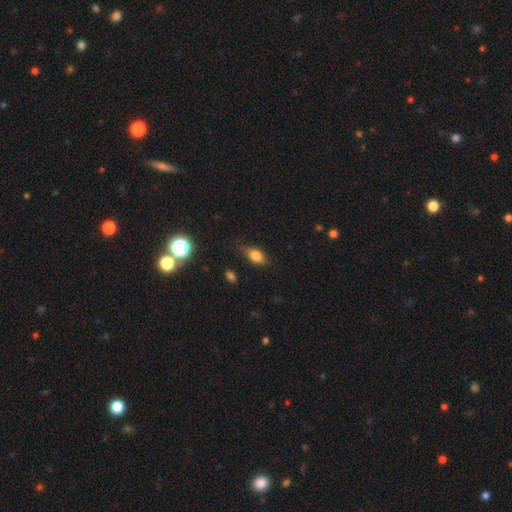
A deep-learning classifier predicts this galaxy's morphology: This appears to be a smooth galaxy with no disk features (69%) that is in between round and cigar-shaped (76%). Merging: none (71%).